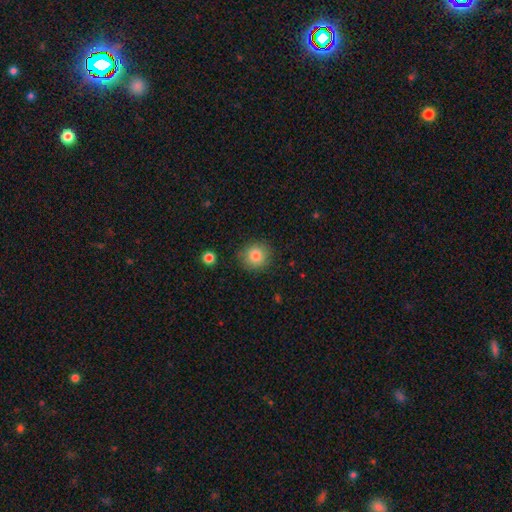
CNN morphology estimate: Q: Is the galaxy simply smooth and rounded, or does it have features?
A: smooth — 84%.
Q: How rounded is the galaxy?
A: round — 91%.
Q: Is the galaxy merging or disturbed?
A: none — 86%.